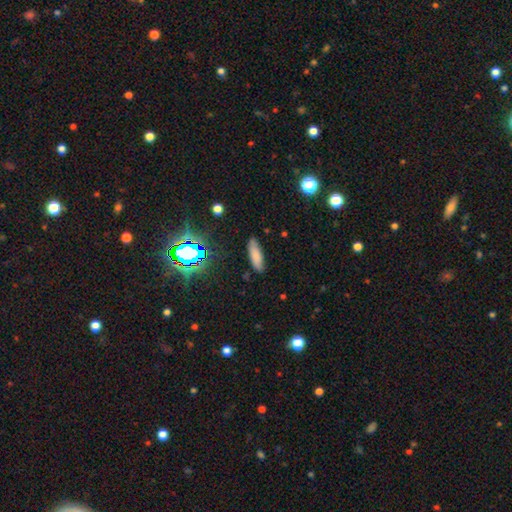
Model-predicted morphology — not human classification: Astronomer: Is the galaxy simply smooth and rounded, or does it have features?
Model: smooth — 78%.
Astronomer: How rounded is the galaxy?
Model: in between — 50% (runner-up: cigar-shaped, 48%).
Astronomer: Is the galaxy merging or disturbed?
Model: none — 84%.